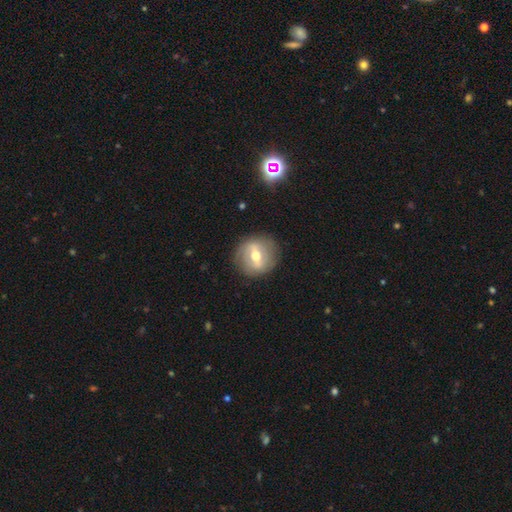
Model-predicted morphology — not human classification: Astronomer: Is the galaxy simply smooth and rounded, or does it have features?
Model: featured or disk — 65%.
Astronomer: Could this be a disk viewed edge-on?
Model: no — 84%.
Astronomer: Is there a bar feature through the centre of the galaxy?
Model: strong — 57%.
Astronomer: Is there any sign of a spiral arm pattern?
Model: no — 69%.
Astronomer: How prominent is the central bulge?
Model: moderate — 74%.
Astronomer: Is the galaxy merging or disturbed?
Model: none — 84%.